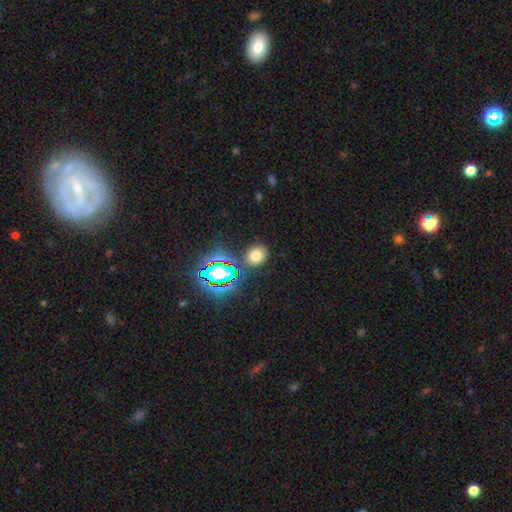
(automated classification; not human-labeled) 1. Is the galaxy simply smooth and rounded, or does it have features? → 67% smooth, 25% star or artifact, 8% featured or disk.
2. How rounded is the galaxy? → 53% round, 45% in between, 1% cigar-shaped.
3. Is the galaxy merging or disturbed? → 84% none, 9% minor disturbance, 4% merger, 3% major disturbance.